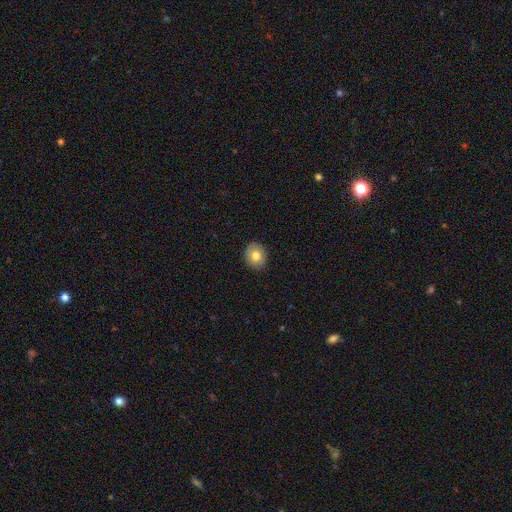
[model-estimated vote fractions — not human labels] smooth-or-featured: smooth: 77% | featured or disk: 15% | star or artifact: 8%
  how-rounded: round: 72% | in between: 27% | cigar-shaped: 1%
  merging: none: 89% | minor disturbance: 8% | major disturbance: 2% | merger: 1%